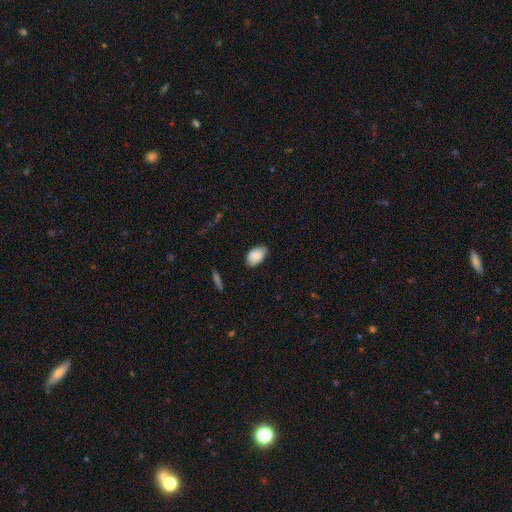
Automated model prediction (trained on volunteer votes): A smooth galaxy with no disk features (87%) that is in between round and cigar-shaped (90%). Merging: none (76%).